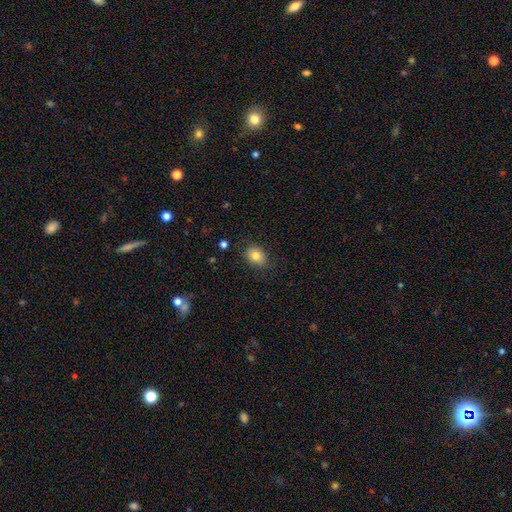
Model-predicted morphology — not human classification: Q: Smooth or featured?
A: smooth (82%); runner-up: star or artifact (10%)
Q: How rounded?
A: in between (59%); runner-up: round (40%)
Q: Merging?
A: none (82%); runner-up: minor disturbance (14%)